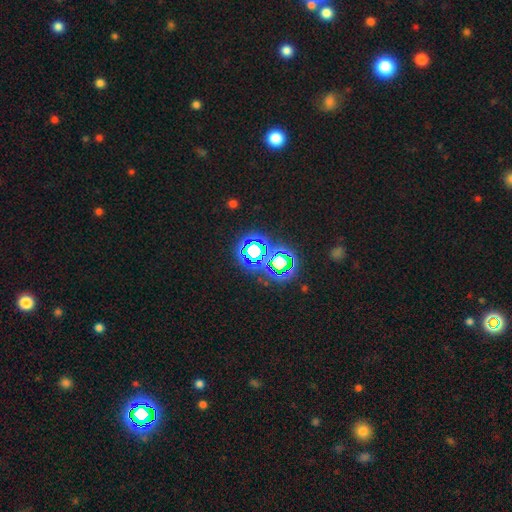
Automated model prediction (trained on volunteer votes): This is likely a star or artifact rather than a galaxy (77%).